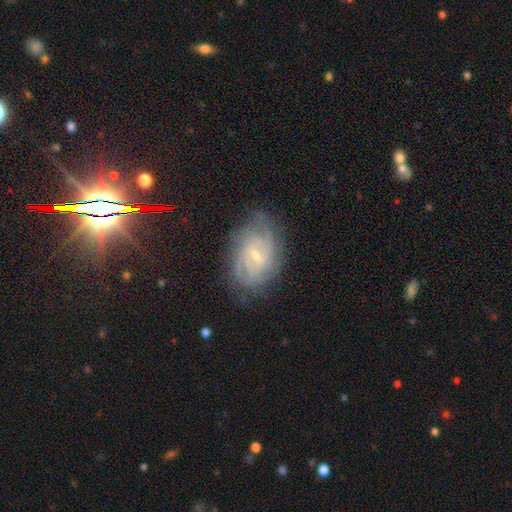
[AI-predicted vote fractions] This appears to be a featured or disk galaxy (81%) with a weak bar (56%), tight (63%) spiral arms (94%) and a small central bulge (73%). Merging: none (72%).